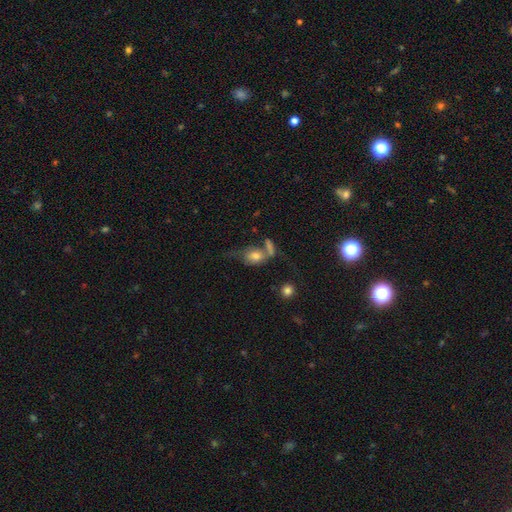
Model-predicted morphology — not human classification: Smooth or featured: smooth — 60% (featured or disk — 28%)
How rounded: in between — 62% (round — 34%)
Merging: none — 30% (merger — 29%)